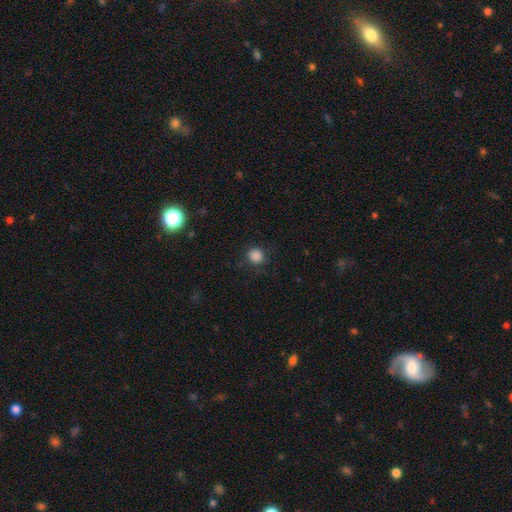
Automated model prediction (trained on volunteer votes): Smooth or featured? smooth (86%)
How rounded? round (92%)
Merging? none (86%)